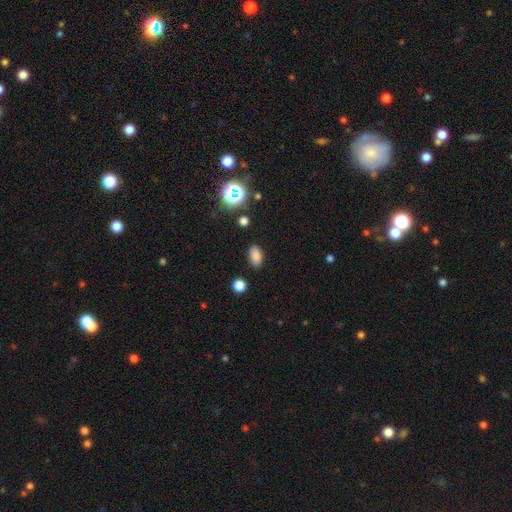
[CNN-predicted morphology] Smooth or featured: smooth — 82% (star or artifact — 13%)
How rounded: in between — 90% (round — 8%)
Merging: none — 86% (minor disturbance — 9%)